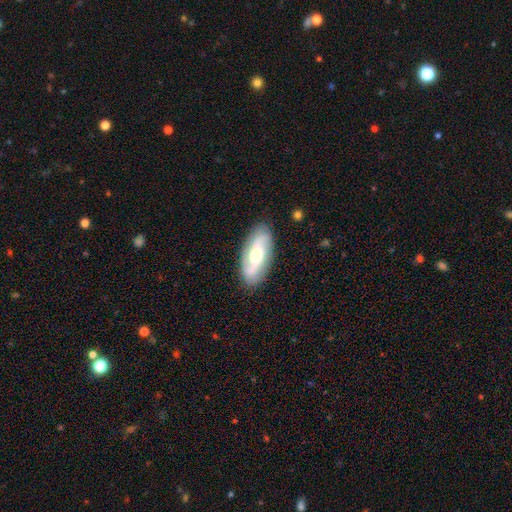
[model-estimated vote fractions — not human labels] featured or disk 65%, smooth 29%, star or artifact 6%. Down the decision tree: edge-on disk — no (90%); bar — no (44%); spiral arms — yes (85%); bulge size — moderate (66%); merging — none (85%).